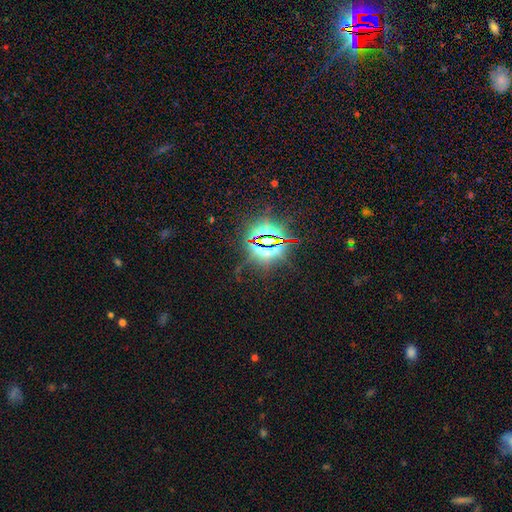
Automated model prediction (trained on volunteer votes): A star or artifact, not a galaxy (84%).